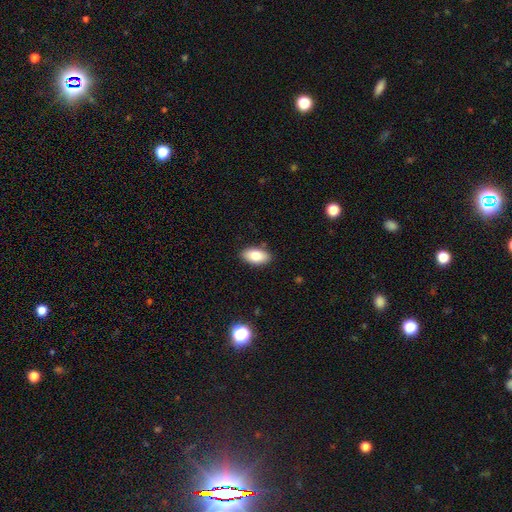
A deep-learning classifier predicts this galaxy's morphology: A smooth galaxy with no disk features (85%) that is in between round and cigar-shaped (94%). Merging: none (87%).